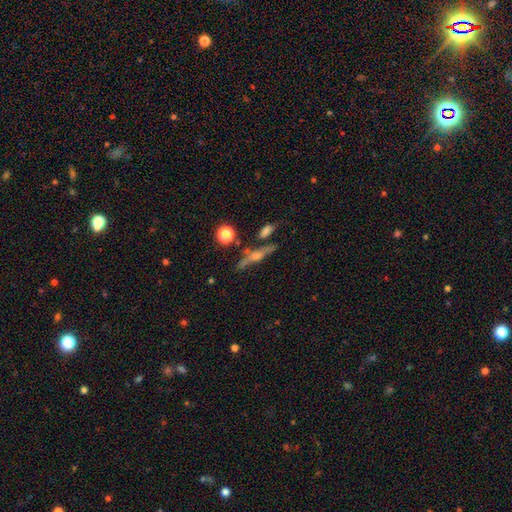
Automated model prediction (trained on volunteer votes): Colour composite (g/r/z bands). It shows a featured or disk galaxy (62%) viewed edge-on (91%) with a rounded central bulge (78%). Merging: none (71%).